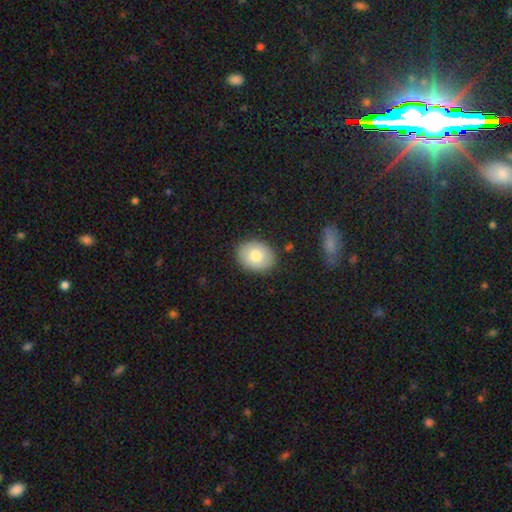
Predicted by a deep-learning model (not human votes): Smooth or featured? Predicted: smooth (p=0.77). How rounded? Predicted: in between (p=0.52). Merging? Predicted: none (p=0.87).